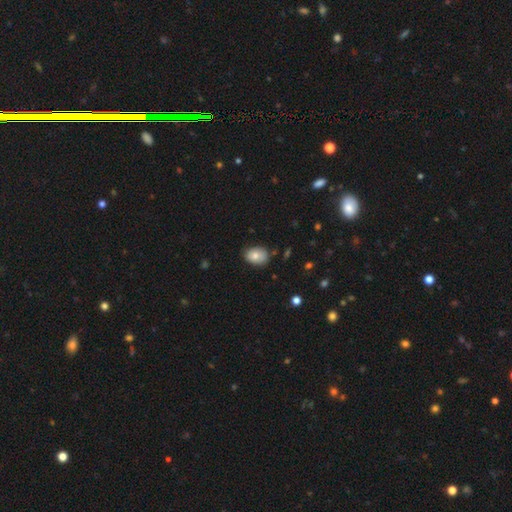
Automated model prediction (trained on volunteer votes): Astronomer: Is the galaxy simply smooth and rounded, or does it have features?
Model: smooth — 78%.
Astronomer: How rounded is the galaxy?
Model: in between — 74%.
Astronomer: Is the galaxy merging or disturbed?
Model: none — 76%.